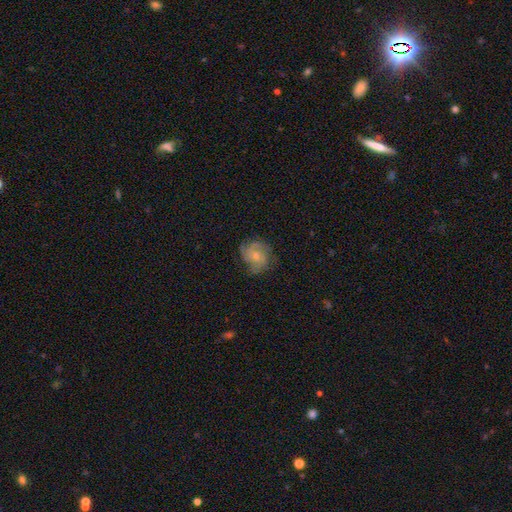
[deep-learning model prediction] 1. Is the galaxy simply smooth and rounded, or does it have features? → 73% featured or disk, 20% smooth, 7% star or artifact.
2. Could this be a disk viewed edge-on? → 98% no, 2% yes.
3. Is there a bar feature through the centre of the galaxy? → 78% no, 19% weak, 3% strong.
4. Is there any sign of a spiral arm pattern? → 94% yes, 6% no.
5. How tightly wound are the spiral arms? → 48% tight, 41% medium, 12% loose.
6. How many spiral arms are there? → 46% 3, 17% can't tell, 14% 4, 13% 2, 5% 1, 5% more than 4.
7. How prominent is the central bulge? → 64% small, 31% moderate, 3% none, 1% large, 1% dominant.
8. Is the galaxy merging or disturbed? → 71% none, 20% minor disturbance, 8% major disturbance, 1% merger.